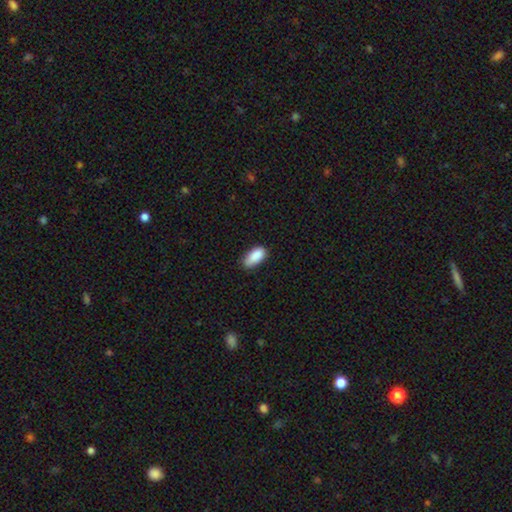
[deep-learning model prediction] smooth 88%, star or artifact 7%, featured or disk 5%. Down the decision tree: how rounded — in between (91%); merging — none (70%).